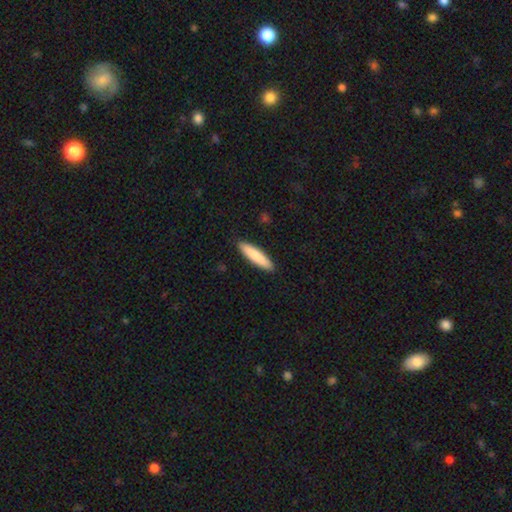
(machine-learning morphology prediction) smooth-or-featured: smooth: 83% | featured or disk: 12% | star or artifact: 5%
  how-rounded: cigar-shaped: 84% | in between: 15% | round: 1%
  merging: none: 91% | minor disturbance: 7% | major disturbance: 1% | merger: 1%